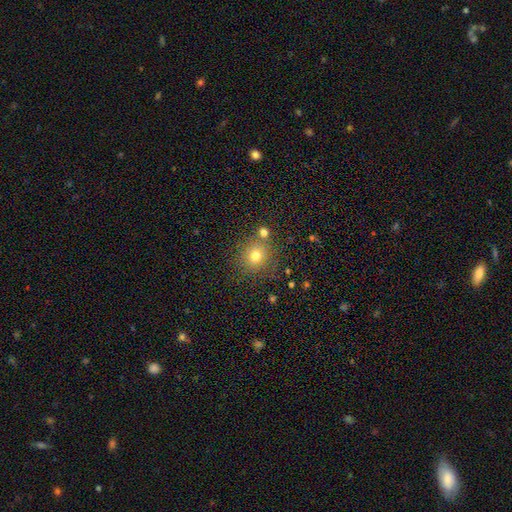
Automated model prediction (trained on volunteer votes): This appears to be a smooth galaxy with no disk features (73%) that is round (86%). Merging: none (73%).